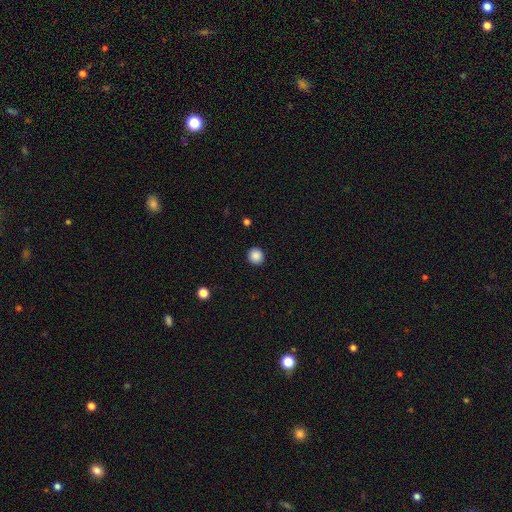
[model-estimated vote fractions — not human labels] The model was most divided on "smooth or featured": smooth: 88%, star or artifact: 10%, featured or disk: 3%. More confident: how rounded — round (93%); merging — none (92%).